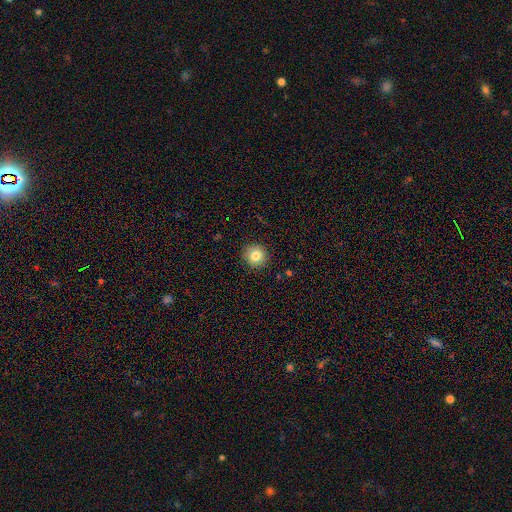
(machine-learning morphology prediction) This appears to be a smooth galaxy with no disk features (82%) that is round (94%). Merging: none (91%).